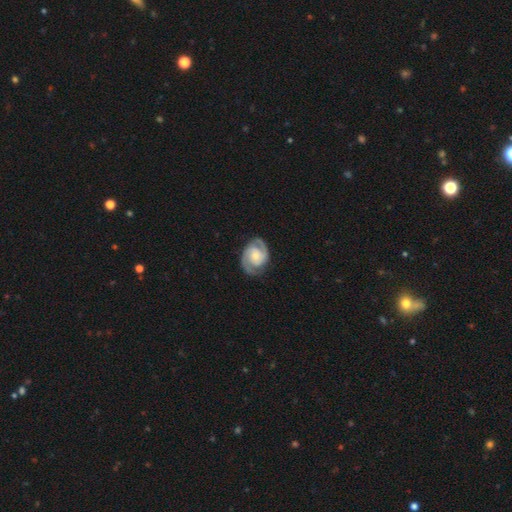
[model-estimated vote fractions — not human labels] The model was most divided on "bulge size": small: 45%, moderate: 42%, none: 7%, large: 6%, dominant: 1%. Remaining: edge-on disk — no (98%); spiral arms — yes (98%); spiral arm count — 2 (93%); smooth or featured — featured or disk (89%); merging — none (82%); bar — no (58%); spiral winding — tight (50%).